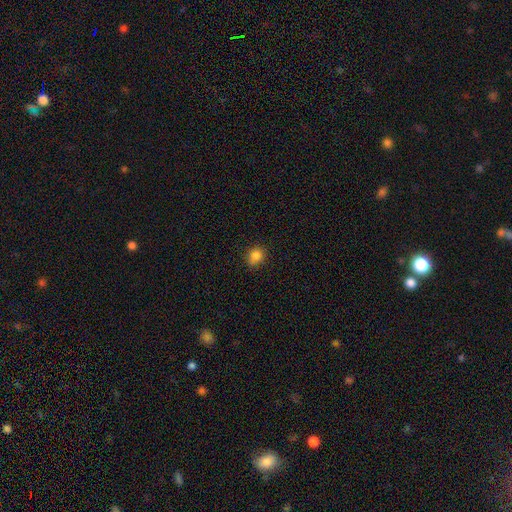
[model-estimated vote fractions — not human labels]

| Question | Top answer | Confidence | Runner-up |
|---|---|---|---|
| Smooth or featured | smooth | 84% | star or artifact (12%) |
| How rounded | round | 68% | in between (31%) |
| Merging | none | 83% | minor disturbance (13%) |